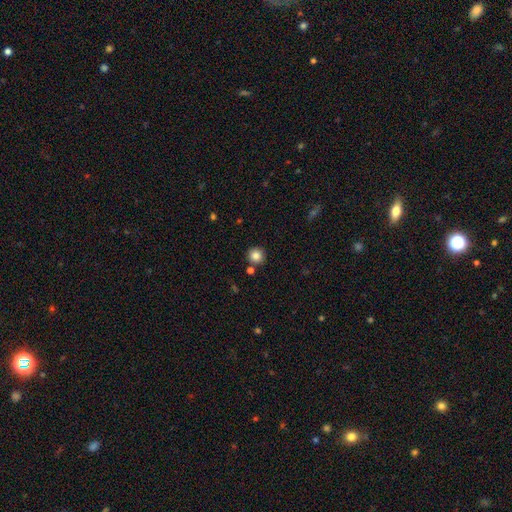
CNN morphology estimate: Smooth or featured? Predicted: smooth (p=0.84). How rounded? Predicted: round (p=0.94). Merging? Predicted: none (p=0.85).